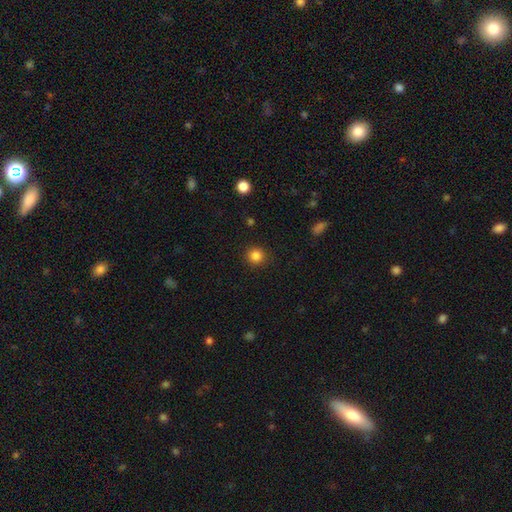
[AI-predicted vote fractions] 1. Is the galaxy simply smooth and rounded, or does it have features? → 85% smooth, 12% star or artifact, 4% featured or disk.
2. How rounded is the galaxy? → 93% round, 6% in between, 1% cigar-shaped.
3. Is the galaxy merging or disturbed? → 91% none, 6% minor disturbance, 2% major disturbance, 1% merger.